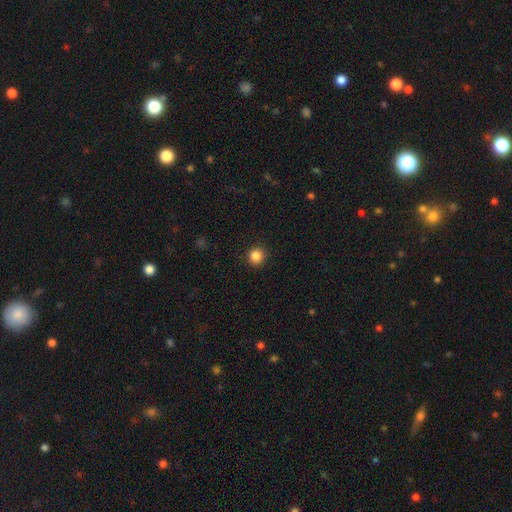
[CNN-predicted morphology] Smooth or featured? smooth (86%)
How rounded? round (94%)
Merging? none (92%)